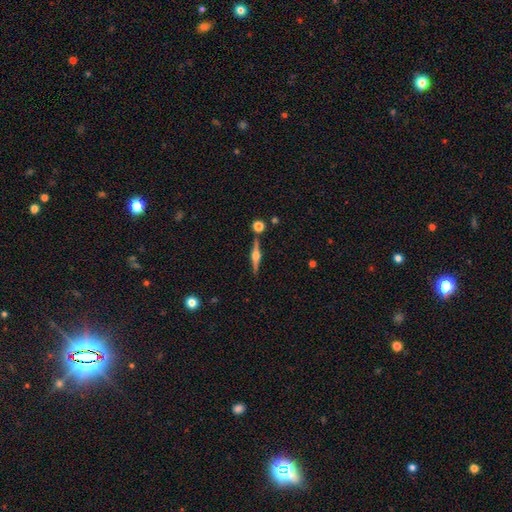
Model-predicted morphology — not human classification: This appears to be a featured or disk galaxy (81%) viewed edge-on (98%) with a rounded central bulge (92%). Merging: none (84%).